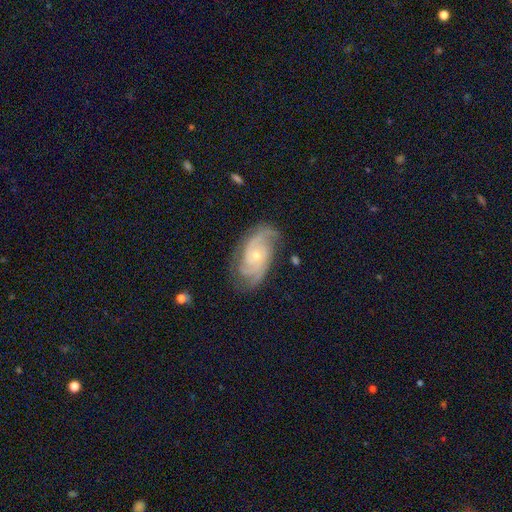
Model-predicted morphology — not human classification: Smooth or featured?
  - featured or disk: 89% *
  - smooth: 6%
  - star or artifact: 5%
Edge-on disk?
  - no: 97% *
  - yes: 3%
Bar?
  - no: 72% *
  - weak: 23%
  - strong: 5%
Spiral arms?
  - yes: 98% *
  - no: 2%
Spiral winding?
  - tight: 51% *
  - medium: 40%
  - loose: 8%
Spiral arm count?
  - 3: 38% *
  - 2: 34%
  - can't tell: 11%
  - 4: 8%
  - 1: 4%
  - more than 4: 4%
Bulge size?
  - small: 61% *
  - moderate: 36%
  - large: 1%
  - none: 1%
  - dominant: 1%
Merging?
  - none: 77% *
  - minor disturbance: 17%
  - major disturbance: 5%
  - merger: 1%